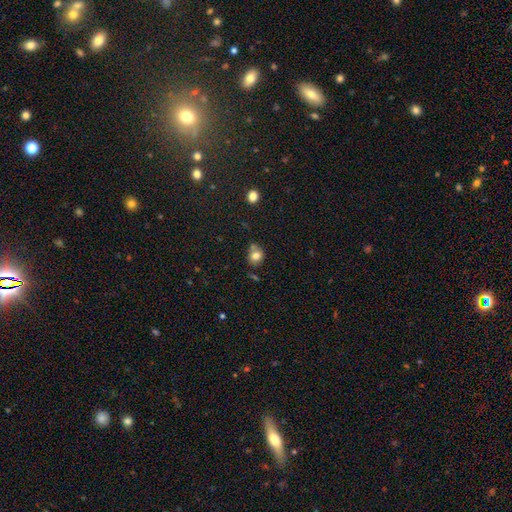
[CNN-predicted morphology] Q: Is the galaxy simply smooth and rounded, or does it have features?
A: smooth — 78%.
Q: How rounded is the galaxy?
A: round — 67%.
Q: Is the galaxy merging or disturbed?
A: none — 56%.